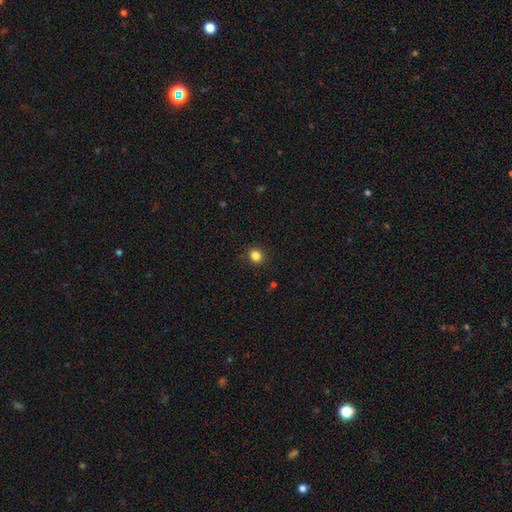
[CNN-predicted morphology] Q: Smooth or featured?
A: smooth (84%); runner-up: star or artifact (12%)
Q: How rounded?
A: round (76%); runner-up: in between (23%)
Q: Merging?
A: none (89%); runner-up: minor disturbance (8%)